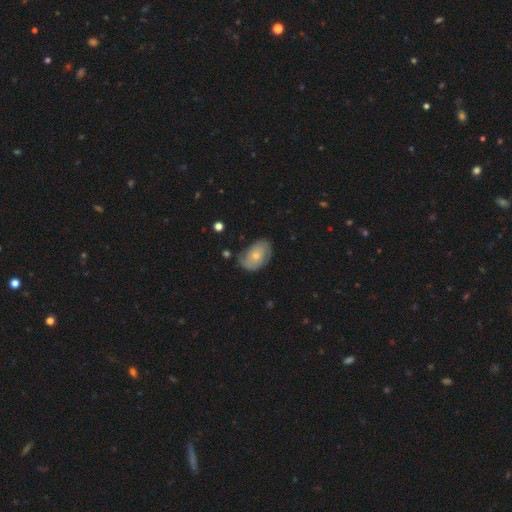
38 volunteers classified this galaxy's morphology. This is possibly a featured or disk galaxy (58%). It is clearly not viewed edge-on (95%). Bar: clearly no (81%). Spiral arm pattern: likely yes (76%). Spiral arm count: possibly 2 (56%). Spiral winding: possibly medium (50%). Central bulge: possibly small (52%). Merging: marginally none (43%, tied with minor disturbance).